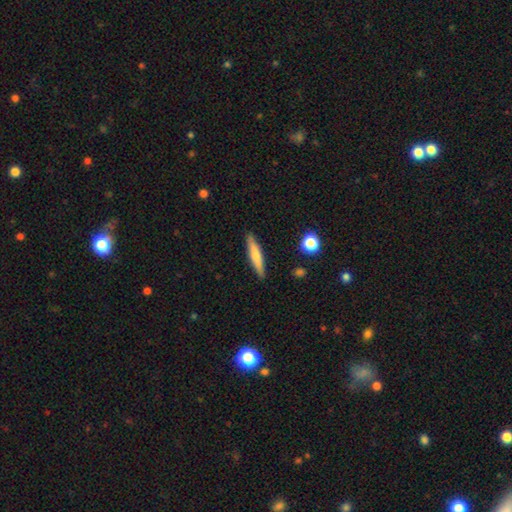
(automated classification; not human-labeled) smooth-or-featured: smooth: 61% | featured or disk: 33% | star or artifact: 6%
  how-rounded: cigar-shaped: 89% | in between: 9% | round: 2%
  merging: none: 90% | minor disturbance: 7% | major disturbance: 2% | merger: 1%